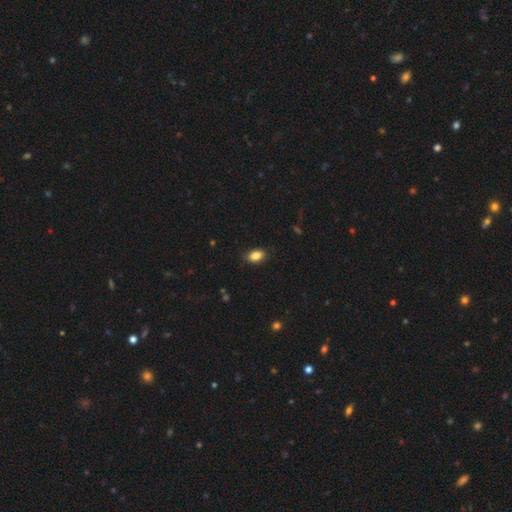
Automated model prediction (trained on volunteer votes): Smooth or featured? Predicted: smooth (p=0.87). How rounded? Predicted: in between (p=0.88). Merging? Predicted: none (p=0.82).